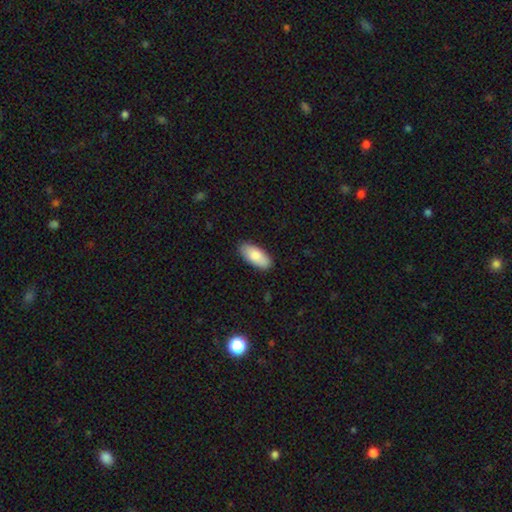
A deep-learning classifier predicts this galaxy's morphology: This is clearly a smooth galaxy (86%). How rounded: clearly in between (88%). Merging: clearly none (87%).